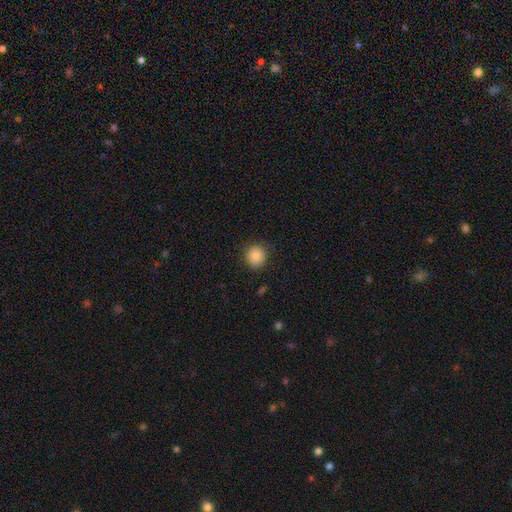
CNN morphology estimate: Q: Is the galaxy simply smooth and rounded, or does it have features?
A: smooth — 85%.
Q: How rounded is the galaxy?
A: round — 91%.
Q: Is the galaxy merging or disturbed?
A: none — 87%.